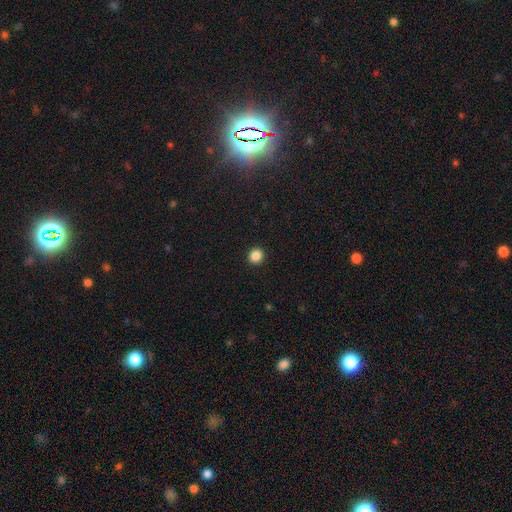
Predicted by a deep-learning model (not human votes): This is clearly a smooth galaxy (86%). How rounded: clearly round (92%). Merging: clearly none (94%).